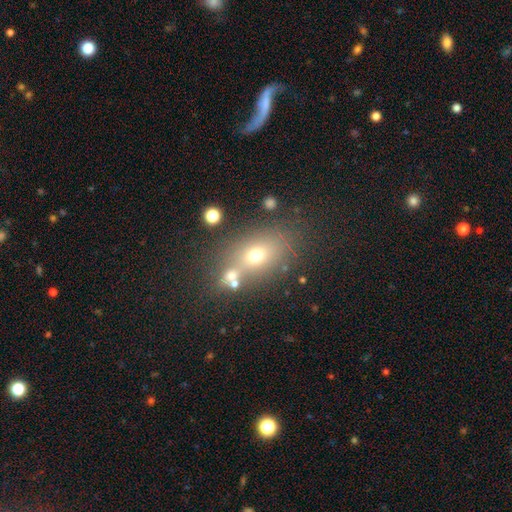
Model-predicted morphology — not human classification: Smooth or featured? Predicted: smooth (p=0.61). How rounded? Predicted: in between (p=0.65). Merging? Predicted: none (p=0.59).